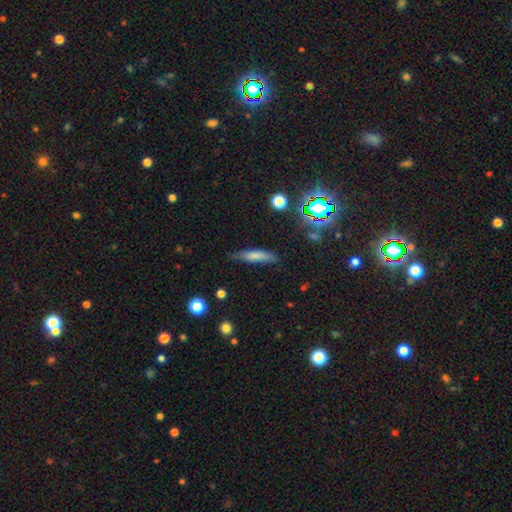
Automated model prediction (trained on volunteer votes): Overall: smooth (72%). How rounded: cigar-shaped (76%). Merging: none (71%).